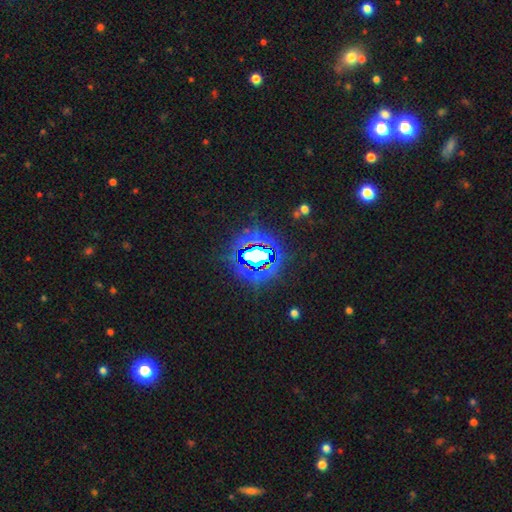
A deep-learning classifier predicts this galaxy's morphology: type=star or artifact (77%).